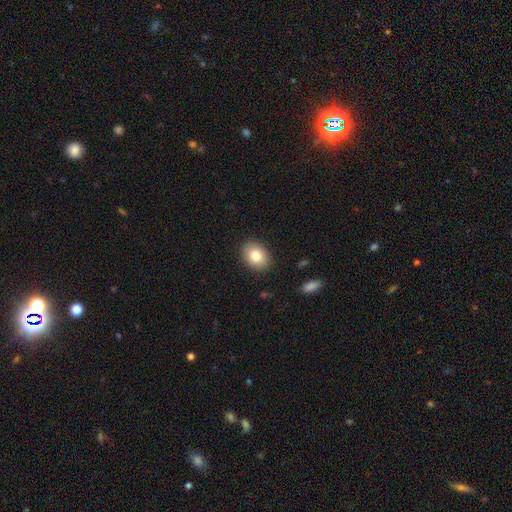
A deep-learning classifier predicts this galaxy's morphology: type=smooth (81%); roundness=in between (63%); merging=none (89%).